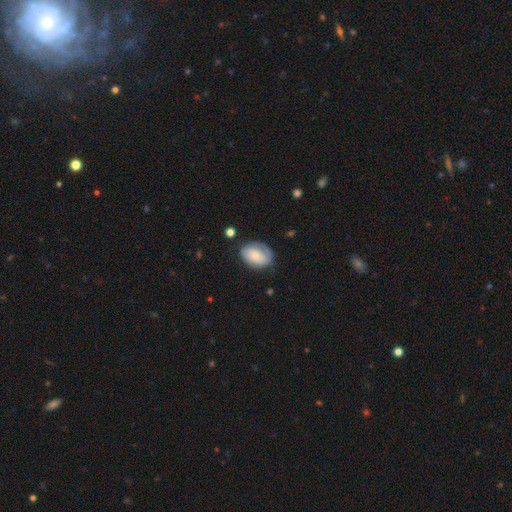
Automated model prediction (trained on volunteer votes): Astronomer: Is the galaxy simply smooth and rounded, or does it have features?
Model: smooth — 55% (runner-up: featured or disk, 38%).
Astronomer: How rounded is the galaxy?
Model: in between — 81%.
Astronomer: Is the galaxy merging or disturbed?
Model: none — 63%.